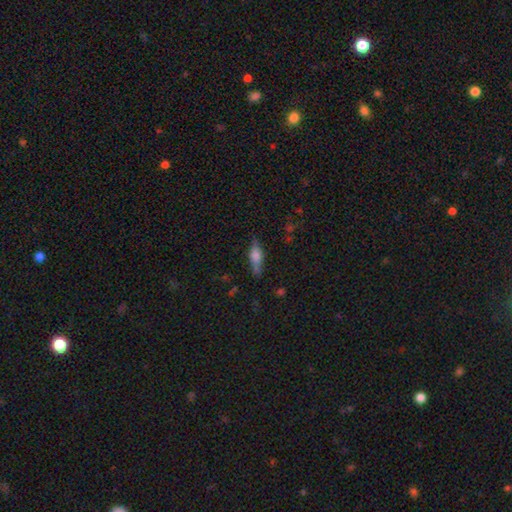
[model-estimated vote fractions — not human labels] Overall: smooth (61%; featured or disk 31%). How rounded: in between (49%; cigar-shaped 48%). Merging: none (78%).